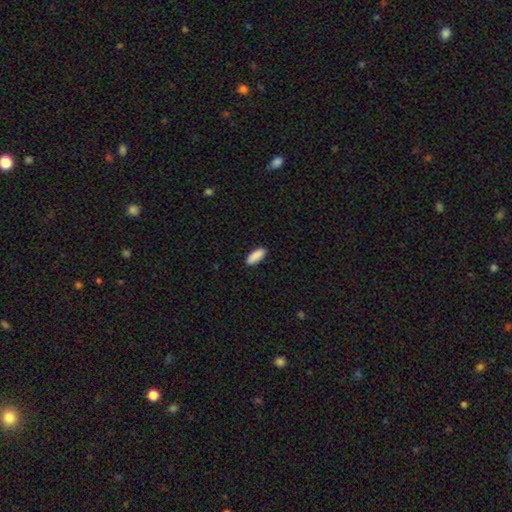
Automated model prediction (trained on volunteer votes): Overall: smooth (90%). How rounded: in between (76%). Merging: none (90%).